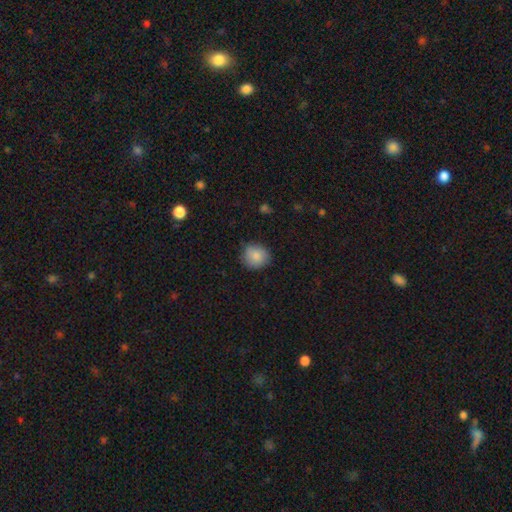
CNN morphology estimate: smooth_or_featured: smooth (p=0.86) [alt: star or artifact p=0.08]
how_rounded: round (p=0.87) [alt: in between p=0.12]
merging: none (p=0.83) [alt: minor disturbance p=0.13]